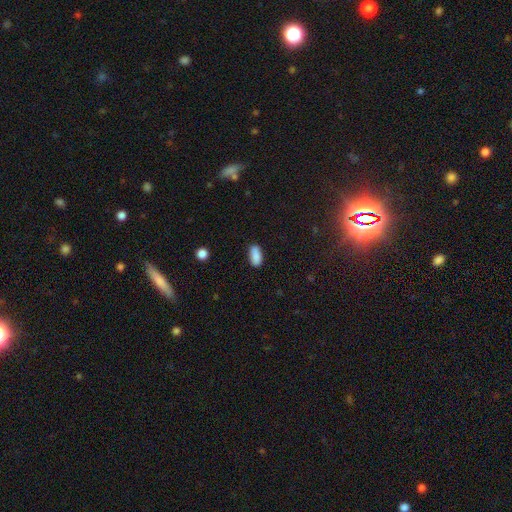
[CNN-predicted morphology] Smooth or featured: smooth — 87% (star or artifact — 7%)
How rounded: in between — 87% (cigar-shaped — 10%)
Merging: none — 82% (minor disturbance — 13%)